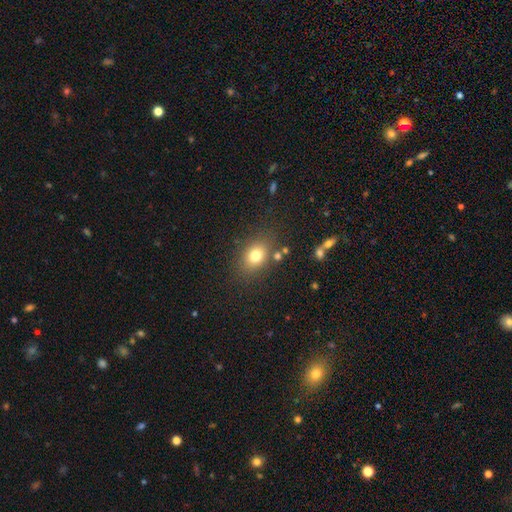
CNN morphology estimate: smooth-or-featured: smooth: 77% | star or artifact: 13% | featured or disk: 11%
  how-rounded: in between: 63% | round: 36% | cigar-shaped: 1%
  merging: none: 79% | minor disturbance: 12% | major disturbance: 5% | merger: 4%